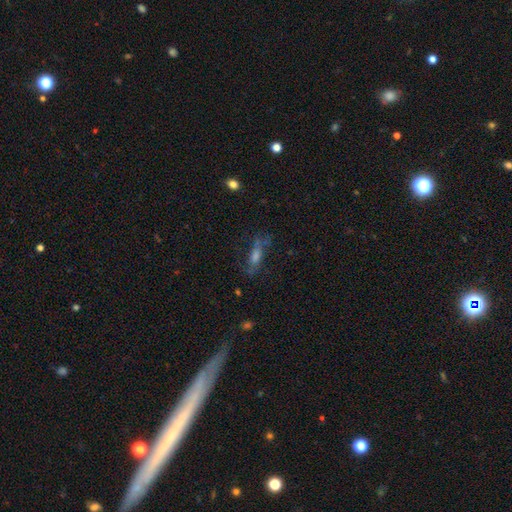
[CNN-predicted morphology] A featured or disk galaxy (49%). Merging: none (60%).